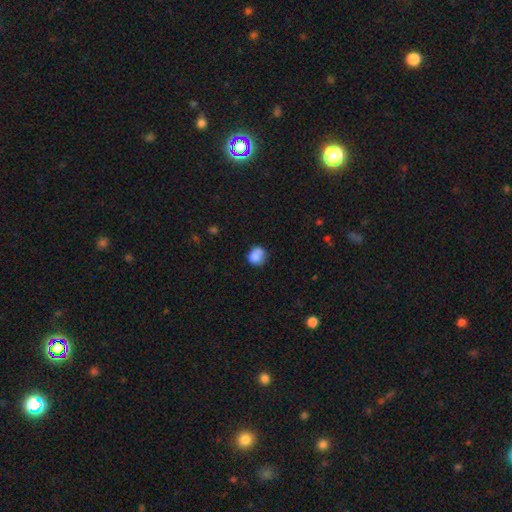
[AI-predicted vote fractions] Q: Smooth or featured?
A: smooth (80%); runner-up: featured or disk (11%)
Q: How rounded?
A: round (78%); runner-up: in between (21%)
Q: Merging?
A: none (55%); runner-up: minor disturbance (24%)